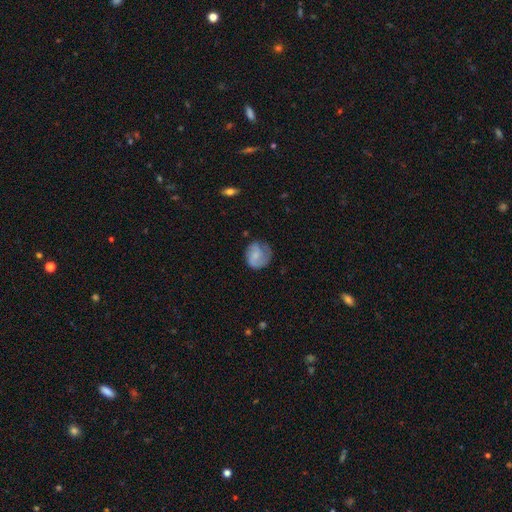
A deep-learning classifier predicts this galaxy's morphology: type=smooth (49%); merging=none (61%).